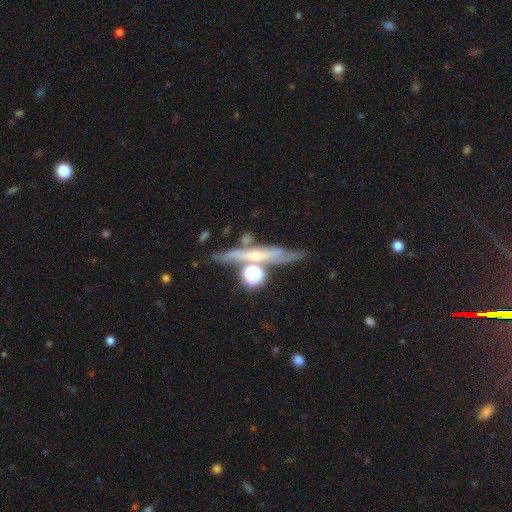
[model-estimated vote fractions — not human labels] smooth-or-featured: featured or disk: 53% | star or artifact: 26% | smooth: 21%
  disk-edge-on: yes: 85% | no: 15%
  merging: none: 68% | merger: 13% | minor disturbance: 12% | major disturbance: 7%